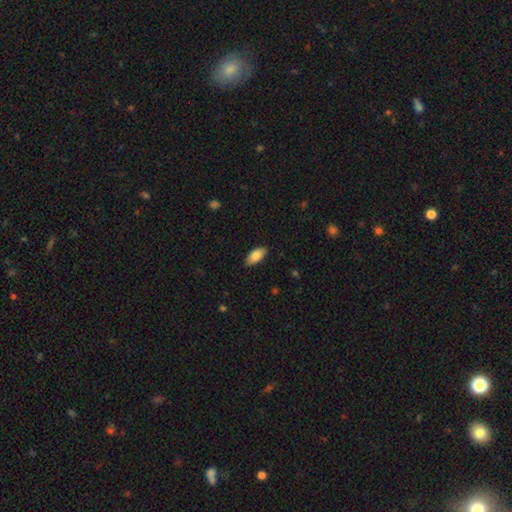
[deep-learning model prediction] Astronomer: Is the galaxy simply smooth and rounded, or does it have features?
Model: smooth — 84%.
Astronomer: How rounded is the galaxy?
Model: in between — 91%.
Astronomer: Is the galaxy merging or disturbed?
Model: none — 87%.